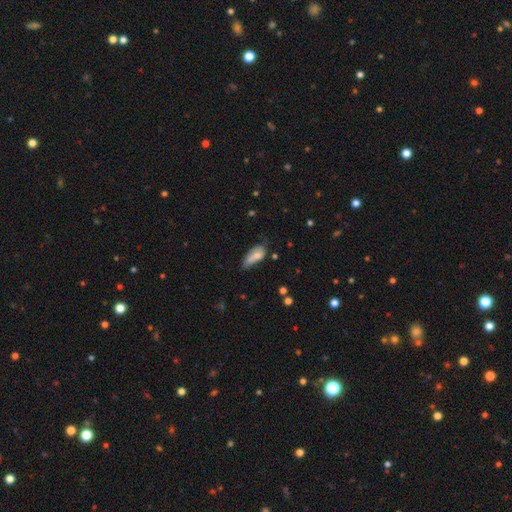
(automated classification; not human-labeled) Smooth or featured: smooth — 70% (featured or disk — 22%)
How rounded: in between — 81% (cigar-shaped — 16%)
Merging: minor disturbance — 38% (tied with none — 38%)